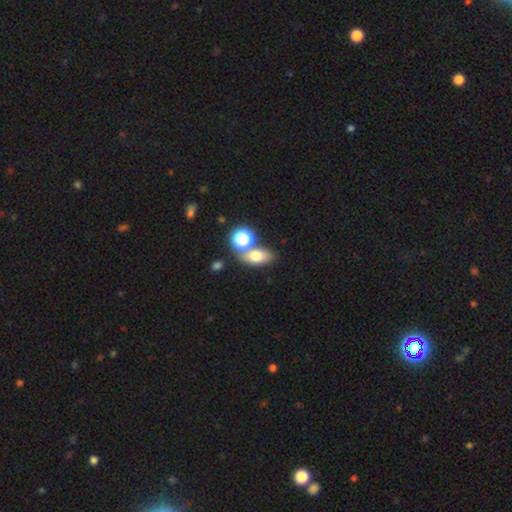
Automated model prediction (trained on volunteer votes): A smooth galaxy with no disk features (70%) that is in between round and cigar-shaped (75%). Merging: none (56%).